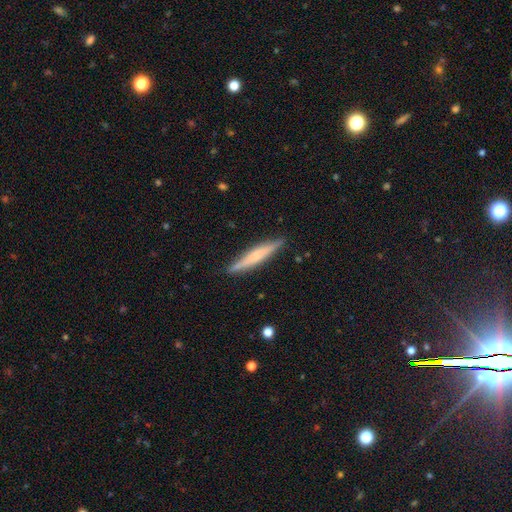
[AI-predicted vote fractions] smooth 47% (tied), featured or disk 47% (tied), star or artifact 6%. Down the decision tree: merging — none (88%).